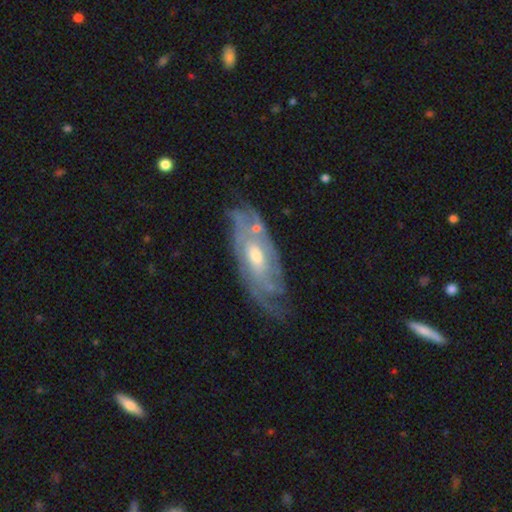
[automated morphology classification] Smooth or featured: featured or disk — 82% (smooth — 13%)
Edge-on disk: no — 88% (yes — 12%)
Bar: no — 60% (weak — 33%)
Spiral arms: yes — 90% (no — 10%)
Spiral winding: tight — 62% (medium — 29%)
Spiral arm count: can't tell — 54% (2 — 17%)
Bulge size: moderate — 60% (small — 32%)
Merging: none — 63% (minor disturbance — 22%)